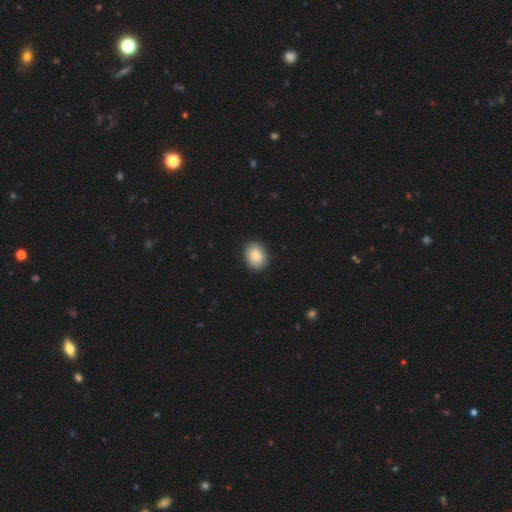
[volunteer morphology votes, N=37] Volunteers were most divided on "how rounded": in between: 61%, round: 39%, cigar-shaped: 0%. More confident: merging — none (91%); smooth or featured — smooth (84%).